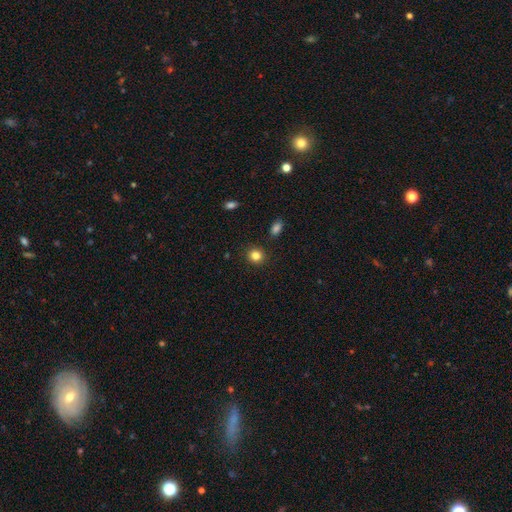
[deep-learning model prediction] Overall: smooth (84%). How rounded: round (86%). Merging: none (90%).